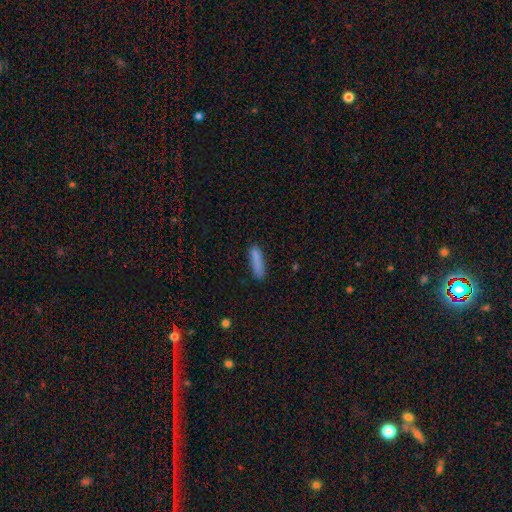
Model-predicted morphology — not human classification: This appears to be a smooth galaxy with no disk features (85%) that is cigar-shaped (80%). Merging: none (82%).